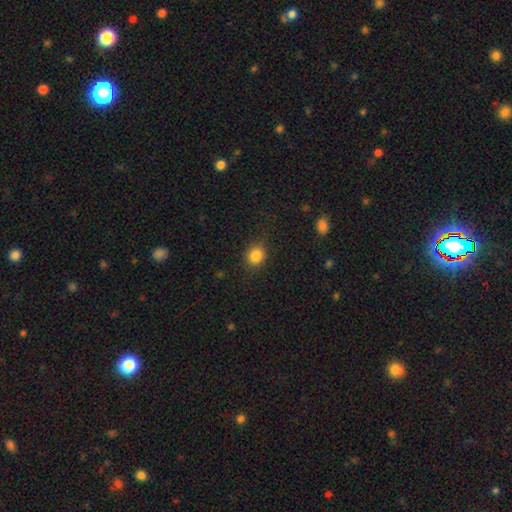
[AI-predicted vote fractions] Smooth or featured?
  - smooth: 85% *
  - star or artifact: 10%
  - featured or disk: 5%
How rounded?
  - round: 70% *
  - in between: 29%
  - cigar-shaped: 1%
Merging?
  - none: 83% *
  - minor disturbance: 12%
  - major disturbance: 4%
  - merger: 1%